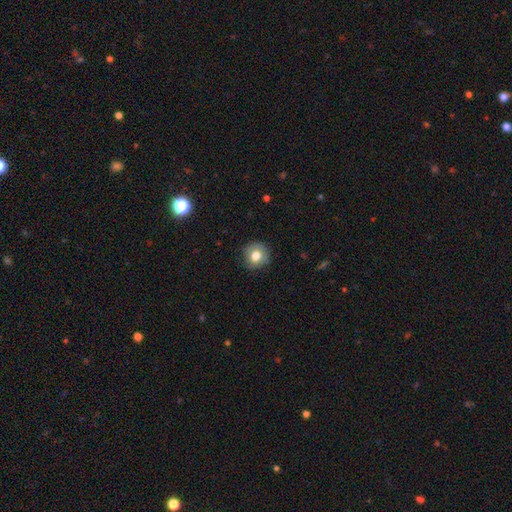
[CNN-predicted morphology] smooth_or_featured: smooth (p=0.75) [alt: featured or disk p=0.16]
how_rounded: round (p=0.88) [alt: in between p=0.11]
merging: none (p=0.80) [alt: minor disturbance p=0.15]